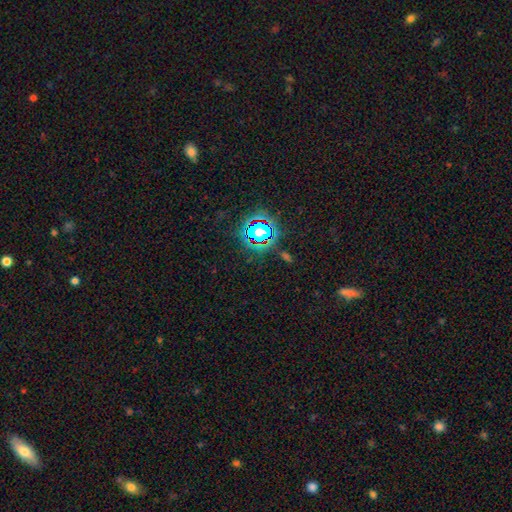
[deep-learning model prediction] Smooth or featured? Predicted: star or artifact (p=0.75).